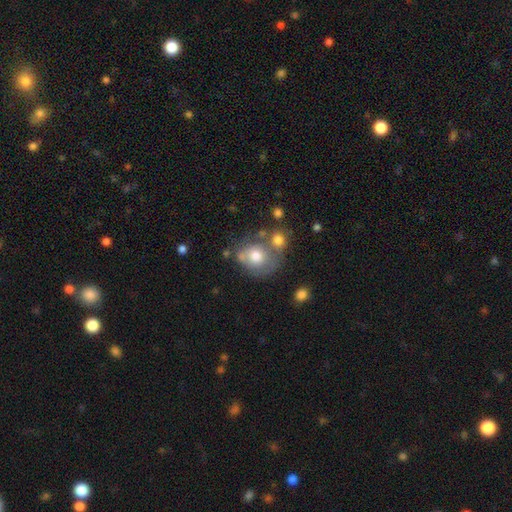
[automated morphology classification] Smooth or featured? Predicted: smooth (p=0.69). How rounded? Predicted: round (p=0.69). Merging? Predicted: none (p=0.37).